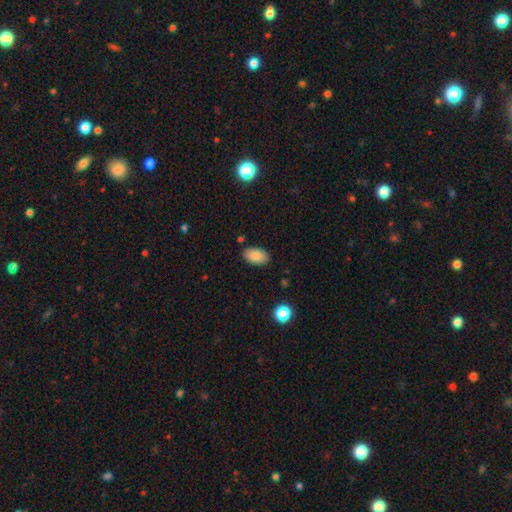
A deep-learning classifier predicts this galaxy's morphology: The model was most divided on "merging": none: 86%, minor disturbance: 10%, major disturbance: 2%, merger: 2%. More confident: how rounded — in between (94%); smooth or featured — smooth (87%).